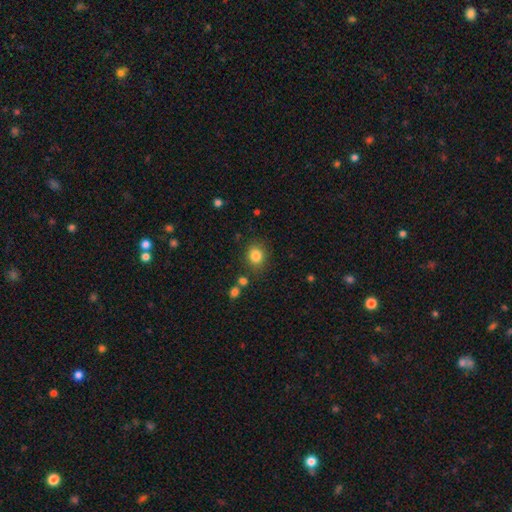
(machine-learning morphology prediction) Smooth or featured? smooth (84%)
How rounded? round (70%)
Merging? none (80%)